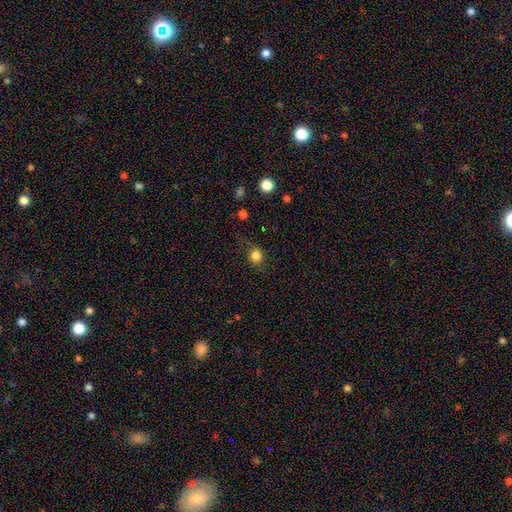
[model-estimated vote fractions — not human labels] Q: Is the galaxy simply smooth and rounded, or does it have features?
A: smooth — 82%.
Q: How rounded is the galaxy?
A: round — 77%.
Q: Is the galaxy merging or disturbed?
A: none — 73%.